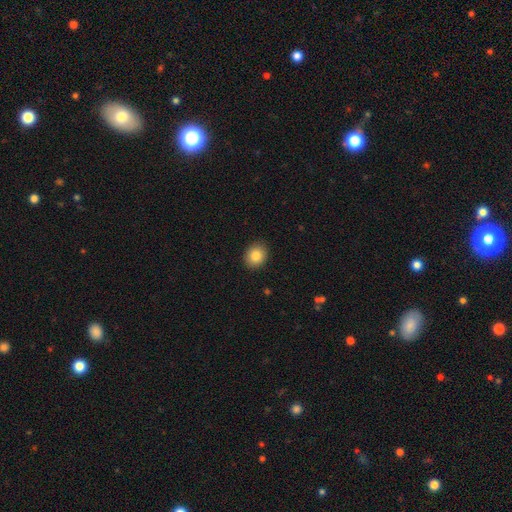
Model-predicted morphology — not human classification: The model was most divided on "how rounded": round: 58%, in between: 41%, cigar-shaped: 1%. More confident: merging — none (90%); smooth or featured — smooth (85%).